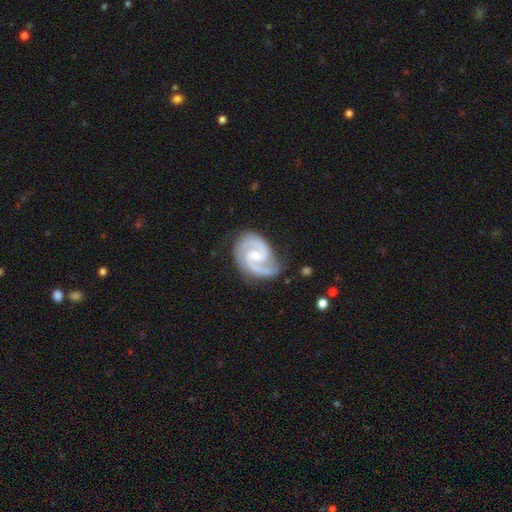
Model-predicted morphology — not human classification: Overall: featured or disk (93%). Edge-on disk: no (98%). Bar: weak (52%; no 36%). Spiral arms: yes (99%). Spiral arm count: 2 (91%). Spiral winding: medium (53%; tight 39%). Bulge size: small (47%; moderate 41%). Merging: none (76%).